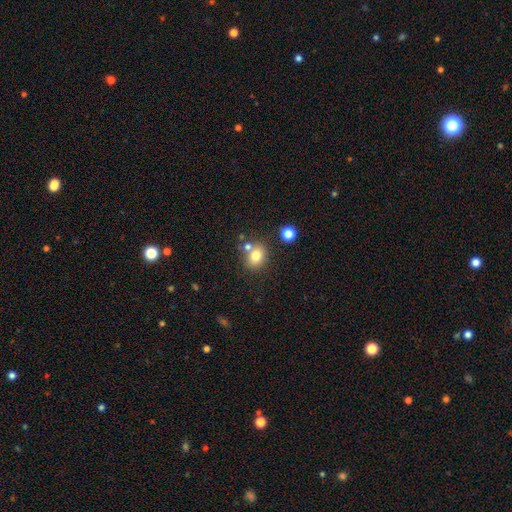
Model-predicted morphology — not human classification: Smooth or featured: smooth — 78% (star or artifact — 12%)
How rounded: round — 55% (in between — 44%)
Merging: none — 65% (merger — 19%)